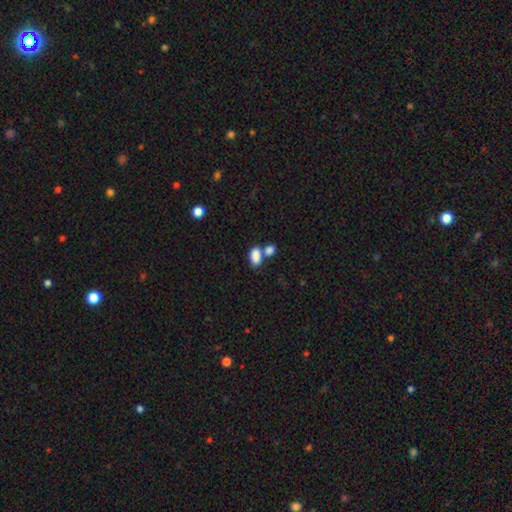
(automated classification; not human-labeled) This is clearly a smooth galaxy (86%). How rounded: clearly in between (90%). Merging: marginally merger (43%).